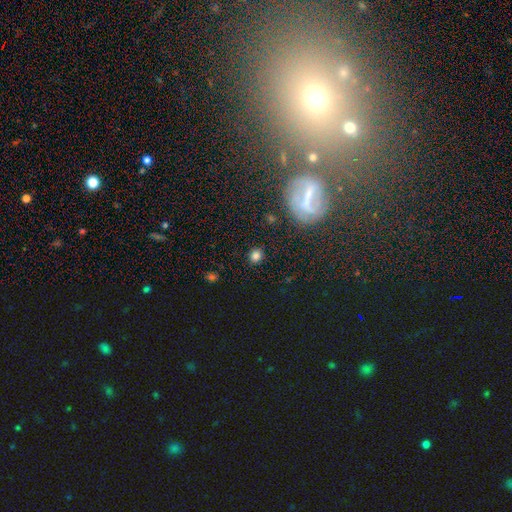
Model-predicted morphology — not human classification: This appears to be a smooth galaxy with no disk features (78%) that is round (85%). Merging: none (88%).